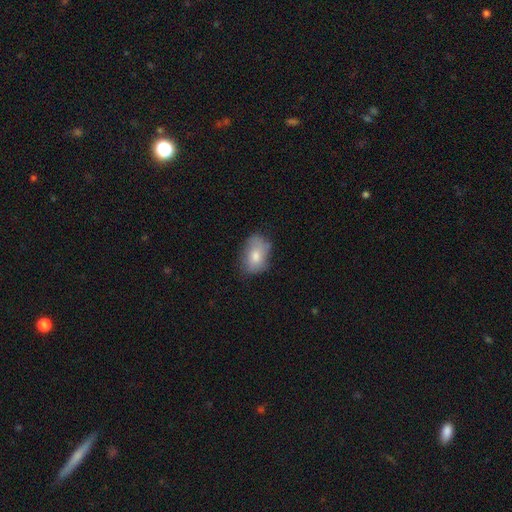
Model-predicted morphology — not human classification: Smooth or featured: smooth — 71% (featured or disk — 20%)
How rounded: in between — 82% (round — 17%)
Merging: none — 60% (minor disturbance — 29%)